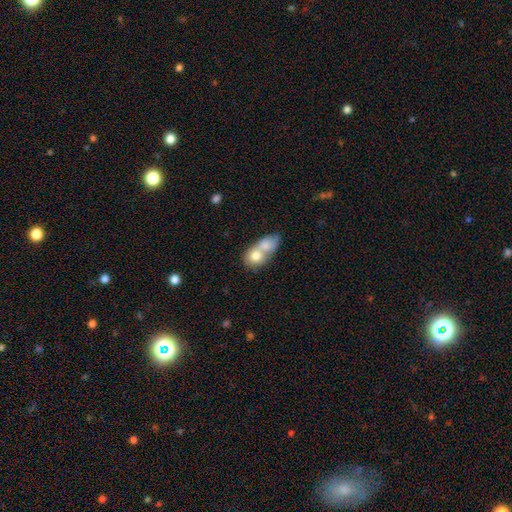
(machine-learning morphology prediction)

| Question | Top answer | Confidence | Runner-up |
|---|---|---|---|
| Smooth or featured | smooth | 74% | featured or disk (19%) |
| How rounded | round | 49% | in between (48%) |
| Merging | merger | 76% | none (15%) |